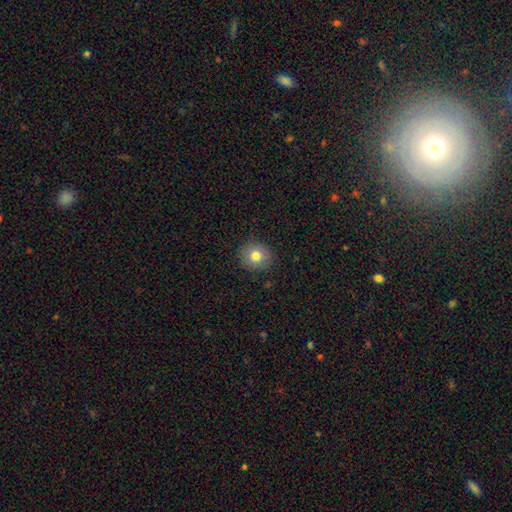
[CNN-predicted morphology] Q: Smooth or featured?
A: smooth (79%); runner-up: featured or disk (11%)
Q: How rounded?
A: round (88%); runner-up: in between (11%)
Q: Merging?
A: none (87%); runner-up: minor disturbance (9%)